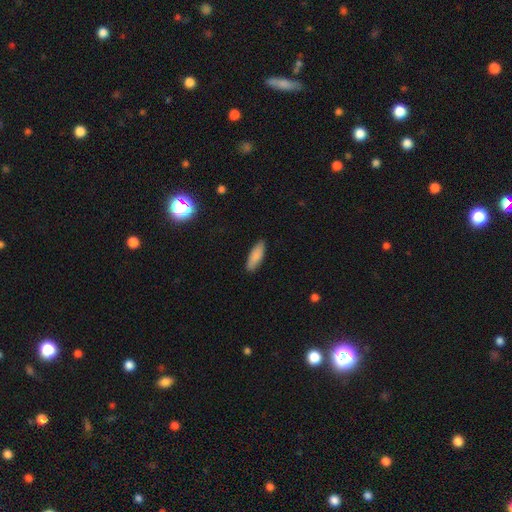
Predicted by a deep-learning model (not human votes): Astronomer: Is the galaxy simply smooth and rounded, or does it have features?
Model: smooth — 86%.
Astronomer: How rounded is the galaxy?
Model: in between — 58% (runner-up: cigar-shaped, 40%).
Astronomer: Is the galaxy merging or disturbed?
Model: none — 87%.